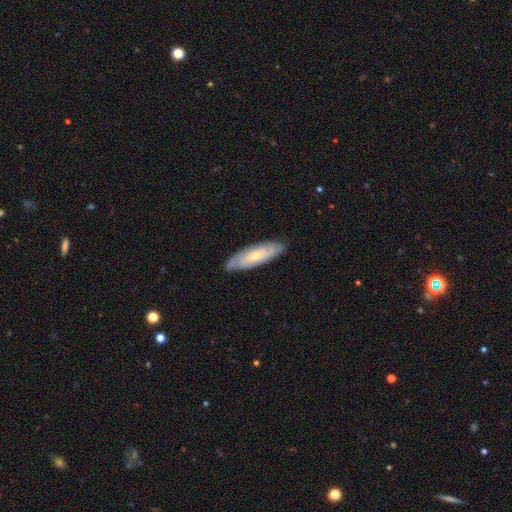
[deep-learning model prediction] This appears to be a featured or disk galaxy (48%). Merging: none (84%).